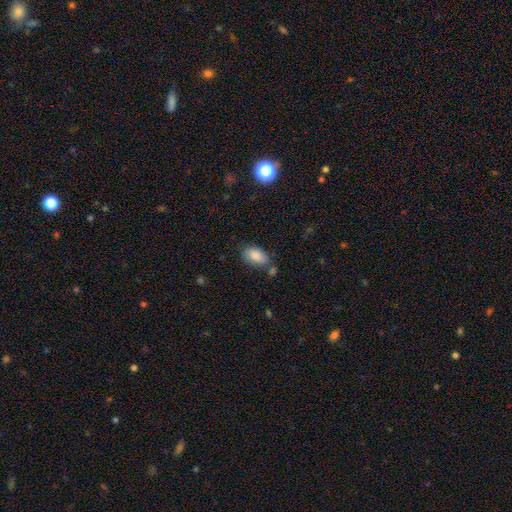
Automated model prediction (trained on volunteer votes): smooth 86%, star or artifact 7%, featured or disk 6%. Down the decision tree: how rounded — in between (92%); merging — none (64%).